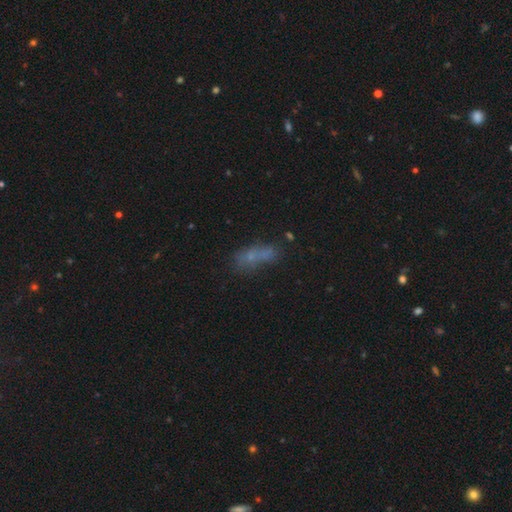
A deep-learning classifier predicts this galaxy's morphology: smooth 55%, featured or disk 23%, star or artifact 22%. Down the decision tree: how rounded — in between (57%); merging — none (45%).